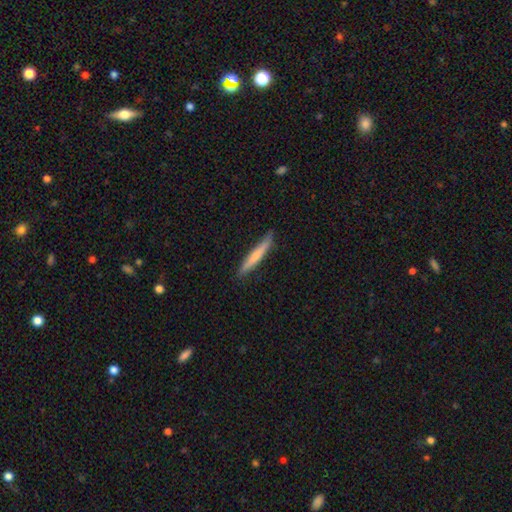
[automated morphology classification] A smooth galaxy with no disk features (53%) that is cigar-shaped (95%). Merging: none (86%).